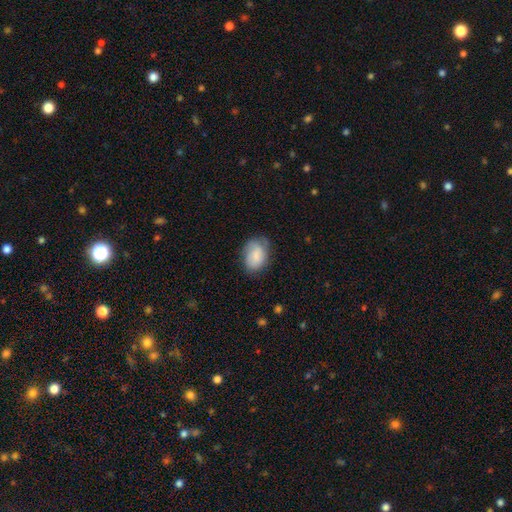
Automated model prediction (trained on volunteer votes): Smooth or featured?
  - smooth: 79% *
  - featured or disk: 14%
  - star or artifact: 7%
How rounded?
  - in between: 82% *
  - round: 17%
  - cigar-shaped: 1%
Merging?
  - none: 66% *
  - minor disturbance: 25%
  - major disturbance: 7%
  - merger: 1%